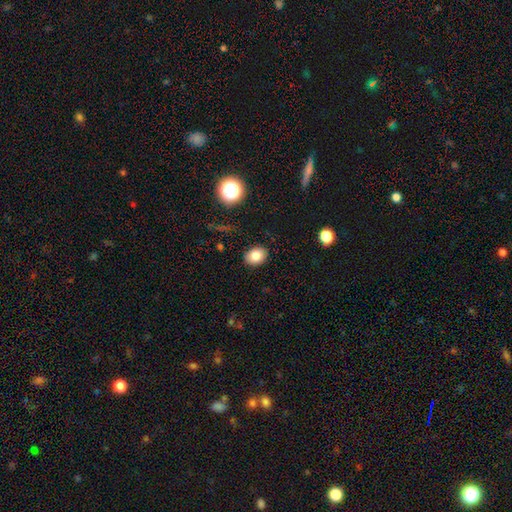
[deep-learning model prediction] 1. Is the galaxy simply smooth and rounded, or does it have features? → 83% smooth, 10% star or artifact, 7% featured or disk.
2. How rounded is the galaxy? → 63% in between, 36% round, 1% cigar-shaped.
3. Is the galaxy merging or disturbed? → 88% none, 8% minor disturbance, 2% major disturbance, 1% merger.